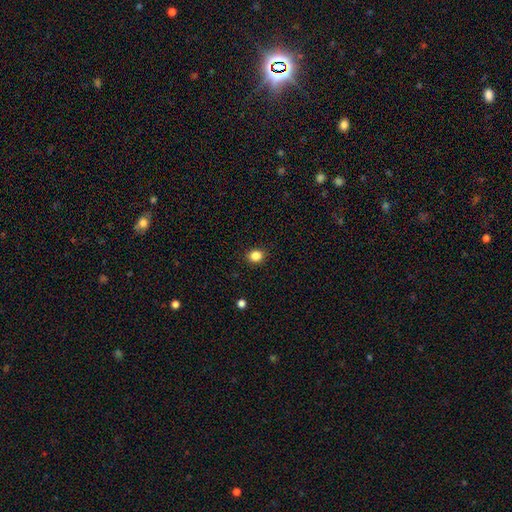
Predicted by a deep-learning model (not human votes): This is clearly a smooth galaxy (84%). How rounded: likely round (73%). Merging: clearly none (91%).